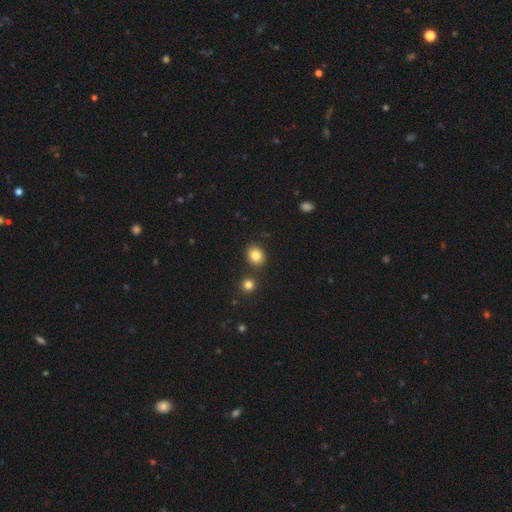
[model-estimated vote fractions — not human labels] smooth-or-featured: smooth: 83% | star or artifact: 10% | featured or disk: 6%
  how-rounded: round: 55% | in between: 44% | cigar-shaped: 1%
  merging: none: 80% | minor disturbance: 9% | merger: 9% | major disturbance: 3%